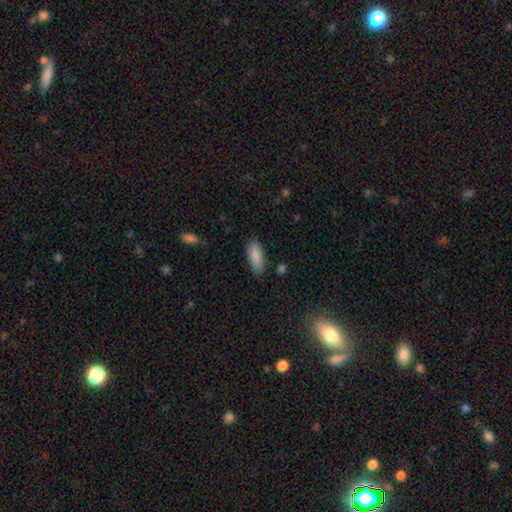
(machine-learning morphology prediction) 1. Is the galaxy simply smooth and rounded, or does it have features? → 88% smooth, 6% star or artifact, 6% featured or disk.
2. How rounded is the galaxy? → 79% in between, 19% cigar-shaped, 2% round.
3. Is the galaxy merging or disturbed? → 82% none, 13% minor disturbance, 3% major disturbance, 2% merger.